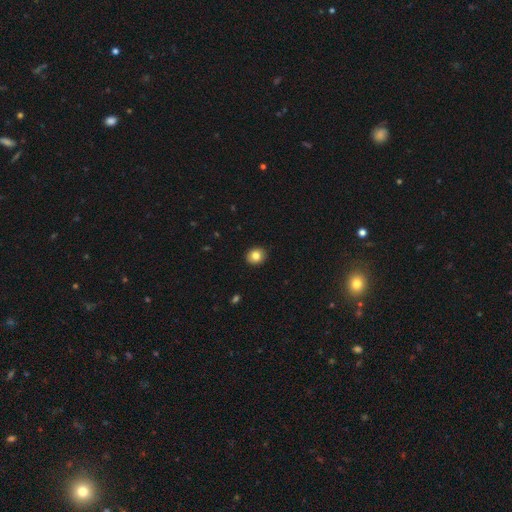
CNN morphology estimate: This is clearly a smooth galaxy (83%). How rounded: likely round (73%). Merging: clearly none (91%).